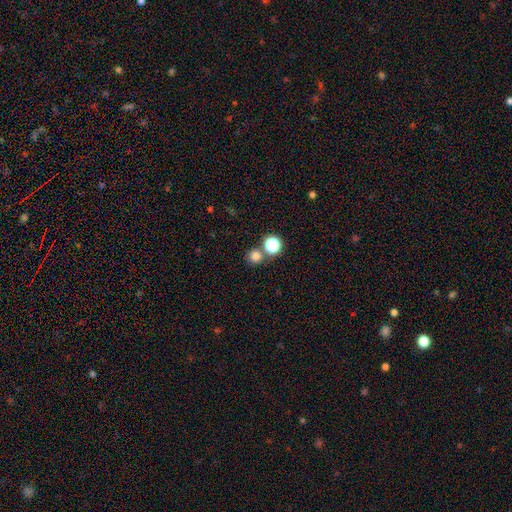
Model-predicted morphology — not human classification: Q: Smooth or featured?
A: smooth (76%); runner-up: star or artifact (19%)
Q: How rounded?
A: round (92%); runner-up: in between (7%)
Q: Merging?
A: none (72%); runner-up: merger (19%)